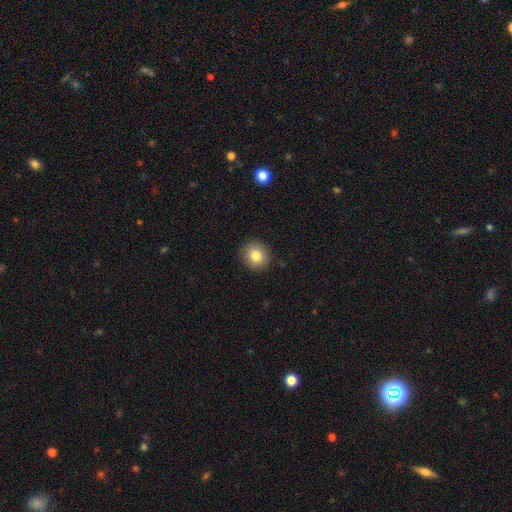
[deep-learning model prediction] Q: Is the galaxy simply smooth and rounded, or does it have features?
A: smooth — 82%.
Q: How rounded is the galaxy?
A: round — 83%.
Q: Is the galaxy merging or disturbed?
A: none — 90%.